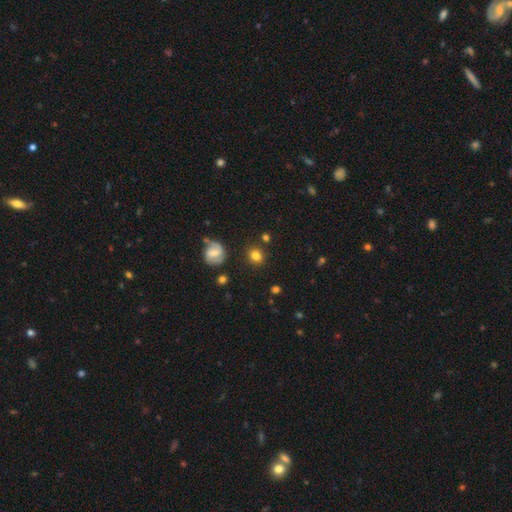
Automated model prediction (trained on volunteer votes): Overall: smooth (77%). How rounded: round (83%). Merging: none (85%).